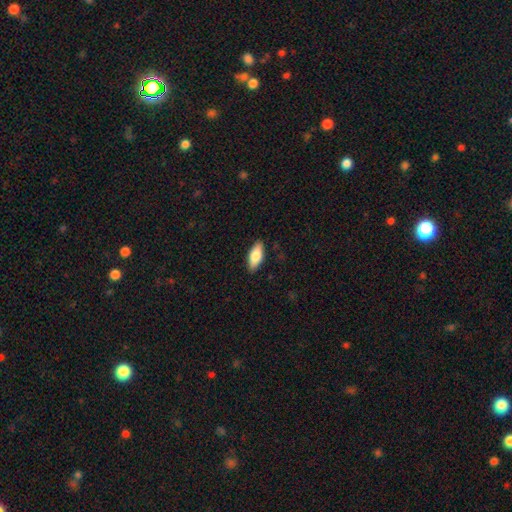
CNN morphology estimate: Smooth or featured? Predicted: smooth (p=0.75). How rounded? Predicted: in between (p=0.81). Merging? Predicted: none (p=0.88).